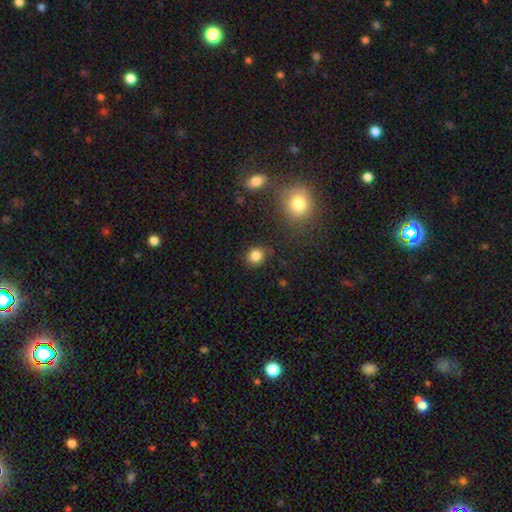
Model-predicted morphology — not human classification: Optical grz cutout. It shows a smooth galaxy with no disk features (83%) that is round (74%). Merging: none (83%).